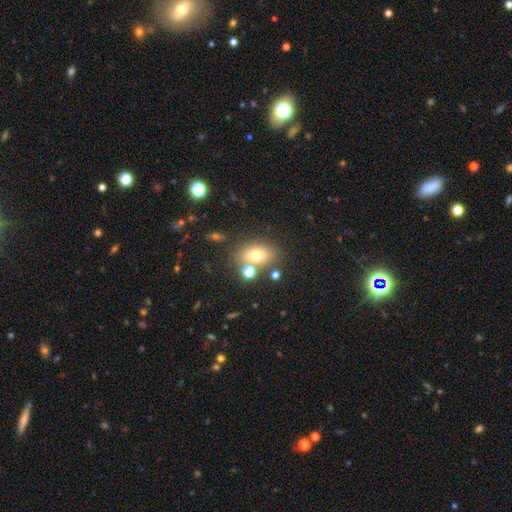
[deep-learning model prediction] Smooth or featured: smooth — 71% (featured or disk — 16%)
How rounded: in between — 74% (round — 24%)
Merging: none — 67% (merger — 15%)